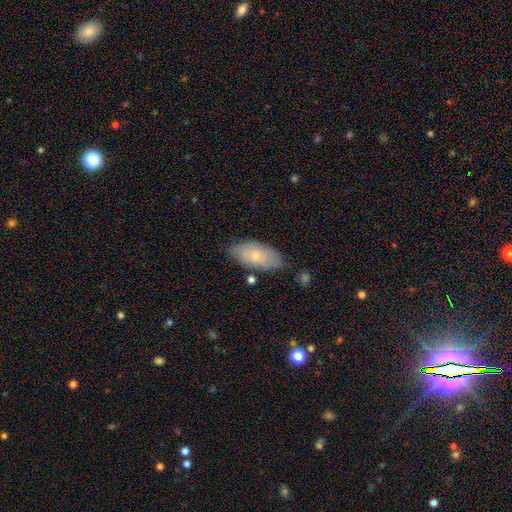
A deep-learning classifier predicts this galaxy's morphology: Overall: smooth (65%; featured or disk 29%). How rounded: in between (92%). Merging: none (71%).